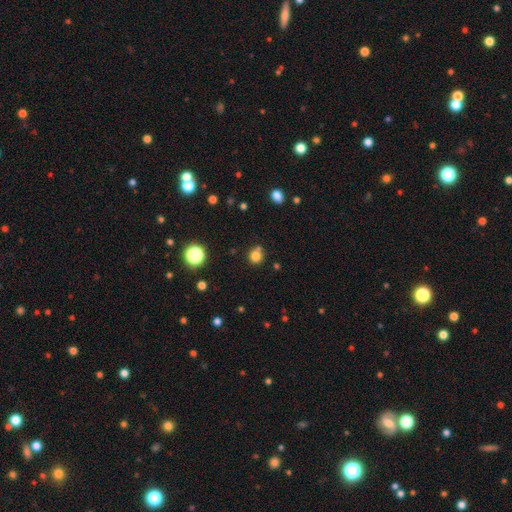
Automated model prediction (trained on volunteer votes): Smooth or featured?
  - smooth: 78% *
  - star or artifact: 16%
  - featured or disk: 6%
How rounded?
  - round: 90% *
  - in between: 9%
  - cigar-shaped: 1%
Merging?
  - none: 72% *
  - merger: 13%
  - minor disturbance: 11%
  - major disturbance: 3%